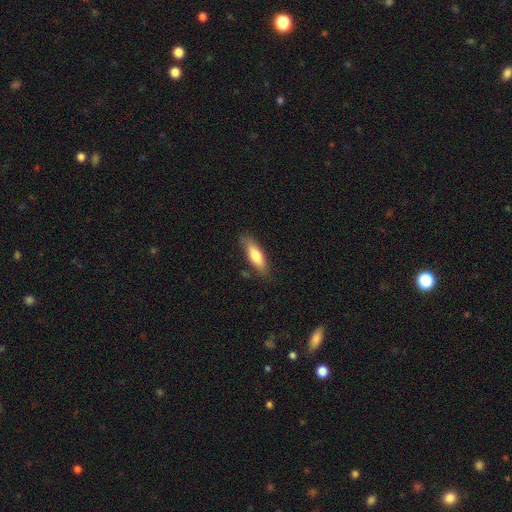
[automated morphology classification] A smooth galaxy with no disk features (73%) that is in between round and cigar-shaped (49%, tied with cigar-shaped). Merging: none (78%).